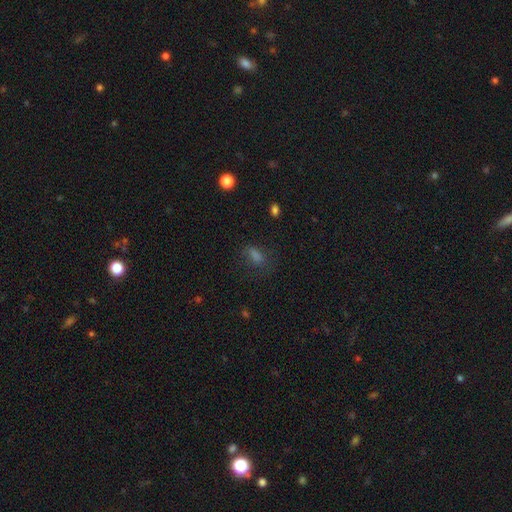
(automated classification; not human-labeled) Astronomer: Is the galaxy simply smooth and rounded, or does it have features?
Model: smooth — 63%.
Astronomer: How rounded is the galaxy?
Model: in between — 73%.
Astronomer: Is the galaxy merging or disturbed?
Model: none — 67%.